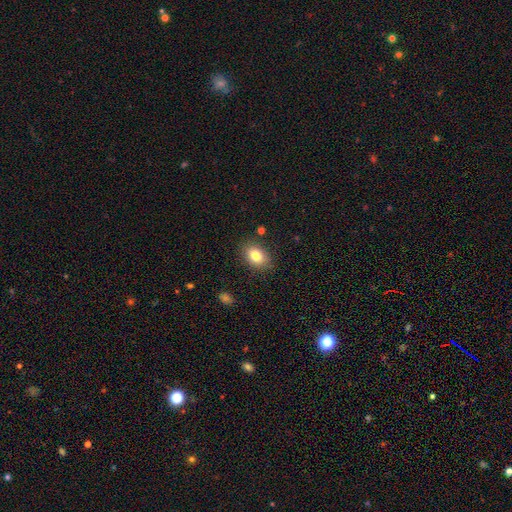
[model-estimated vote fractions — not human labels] smooth_or_featured: smooth (p=0.82) [alt: featured or disk p=0.10]
how_rounded: in between (p=0.76) [alt: round p=0.23]
merging: none (p=0.84) [alt: minor disturbance p=0.11]